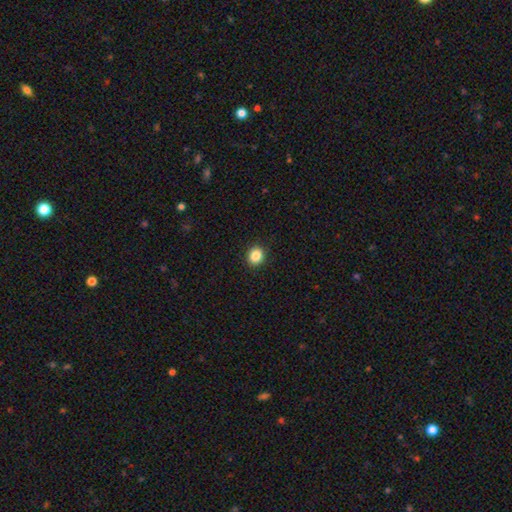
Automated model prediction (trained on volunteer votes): Smooth or featured?
  - smooth: 86% *
  - star or artifact: 10%
  - featured or disk: 4%
How rounded?
  - round: 74% *
  - in between: 26%
  - cigar-shaped: 1%
Merging?
  - none: 92% *
  - minor disturbance: 6%
  - major disturbance: 2%
  - merger: 1%